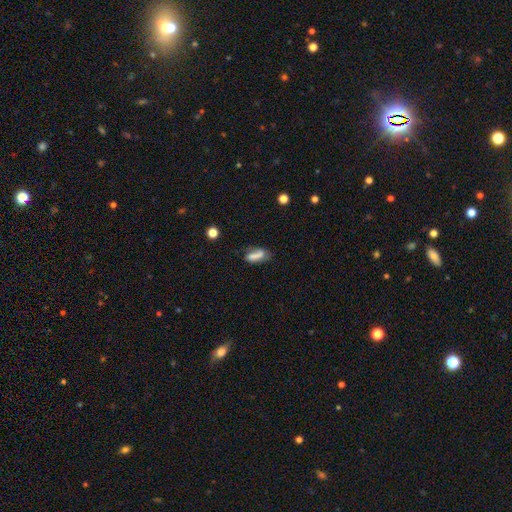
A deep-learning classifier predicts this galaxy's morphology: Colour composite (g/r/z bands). It shows a smooth galaxy with no disk features (62%) that is in between round and cigar-shaped (74%). Merging: none (51%).